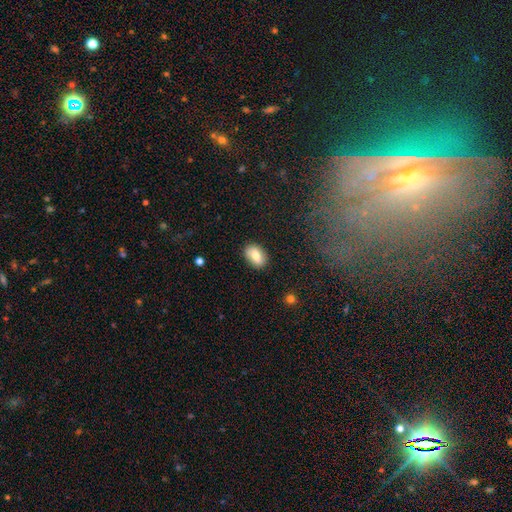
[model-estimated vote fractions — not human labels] Q: Smooth or featured?
A: smooth (75%); runner-up: featured or disk (17%)
Q: How rounded?
A: in between (84%); runner-up: round (15%)
Q: Merging?
A: none (86%); runner-up: minor disturbance (10%)